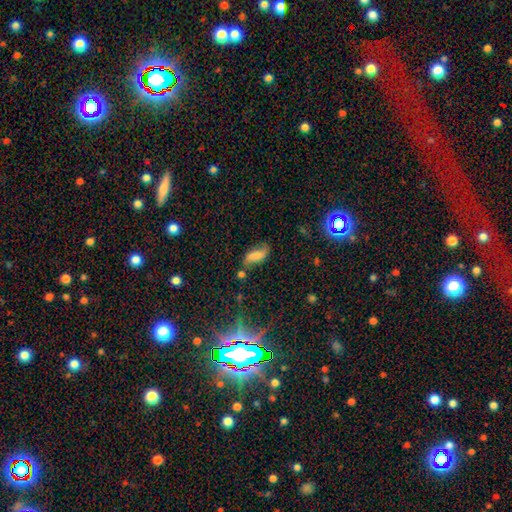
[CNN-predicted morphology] A smooth galaxy with no disk features (54%) that is in between round and cigar-shaped (77%).

Vote fractions:
- Smooth or featured? smooth: 54% / featured or disk: 35% / star or artifact: 11%
- How rounded? in between: 77% / cigar-shaped: 19% / round: 4%
- Merging? none: 55% / minor disturbance: 26% / major disturbance: 10% / merger: 8%